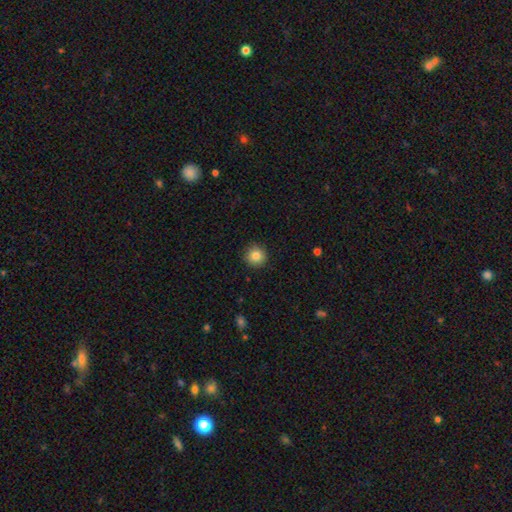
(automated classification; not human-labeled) A smooth galaxy with no disk features (85%) that is round (94%).

Vote fractions:
- Smooth or featured? smooth: 85% / star or artifact: 10% / featured or disk: 6%
- How rounded? round: 94% / in between: 5% / cigar-shaped: 1%
- Merging? none: 91% / minor disturbance: 6% / major disturbance: 2% / merger: 1%